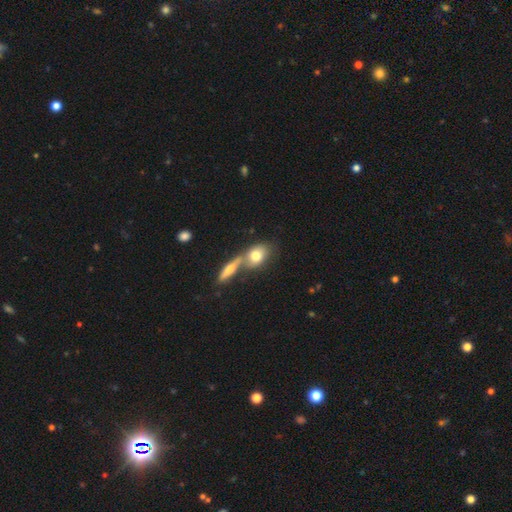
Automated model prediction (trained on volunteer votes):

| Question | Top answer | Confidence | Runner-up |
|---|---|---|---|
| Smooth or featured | smooth | 74% | featured or disk (19%) |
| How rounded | in between | 72% | round (22%) |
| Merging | merger | 51% | none (35%) |